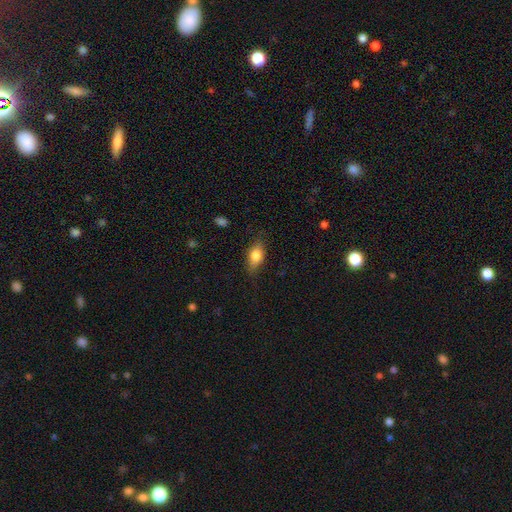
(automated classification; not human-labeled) smooth_or_featured: smooth (p=0.76) [alt: featured or disk p=0.16]
how_rounded: in between (p=0.82) [alt: round p=0.09]
merging: none (p=0.77) [alt: minor disturbance p=0.17]